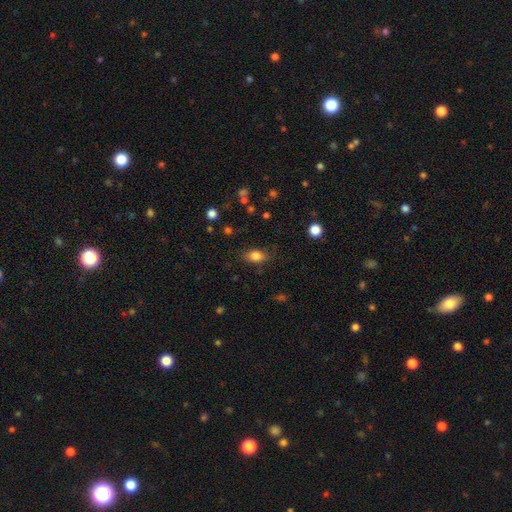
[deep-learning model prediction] Smooth or featured? Predicted: smooth (p=0.81). How rounded? Predicted: in between (p=0.81). Merging? Predicted: none (p=0.79).